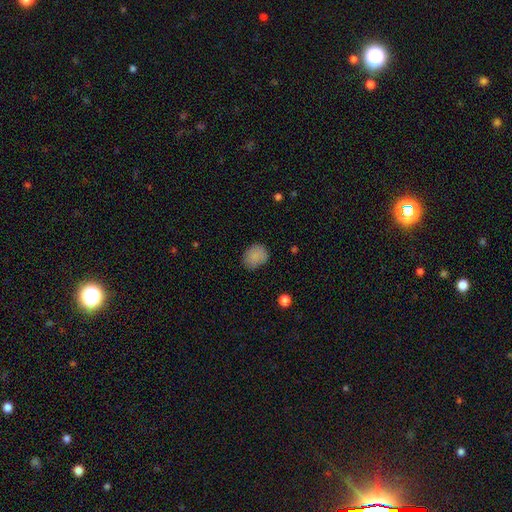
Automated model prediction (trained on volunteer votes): Smooth or featured? Predicted: smooth (p=0.85). How rounded? Predicted: round (p=0.58). Merging? Predicted: none (p=0.75).